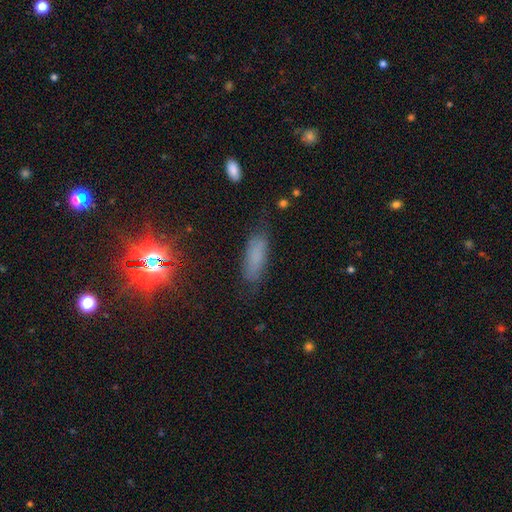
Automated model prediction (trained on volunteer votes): Smooth or featured: smooth — 69% (star or artifact — 18%)
How rounded: in between — 58% (cigar-shaped — 39%)
Merging: none — 75% (minor disturbance — 18%)